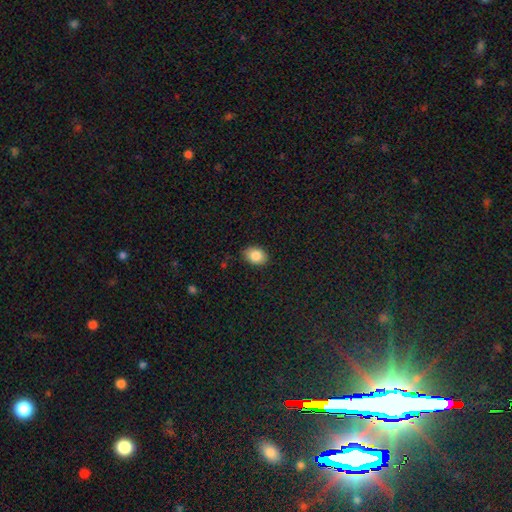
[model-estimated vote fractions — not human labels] The model was most divided on "how rounded": in between: 74%, round: 25%, cigar-shaped: 1%. More confident: merging — none (86%); smooth or featured — smooth (86%).